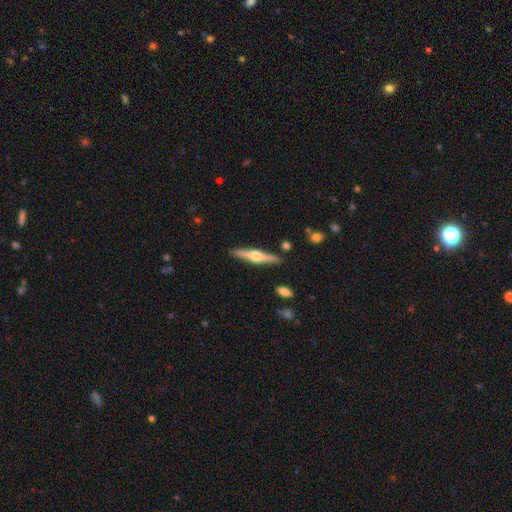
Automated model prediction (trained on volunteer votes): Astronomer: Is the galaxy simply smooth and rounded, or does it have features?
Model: featured or disk — 74%.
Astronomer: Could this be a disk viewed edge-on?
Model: yes — 98%.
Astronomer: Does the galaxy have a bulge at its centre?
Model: rounded — 94%.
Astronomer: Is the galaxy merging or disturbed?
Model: none — 90%.